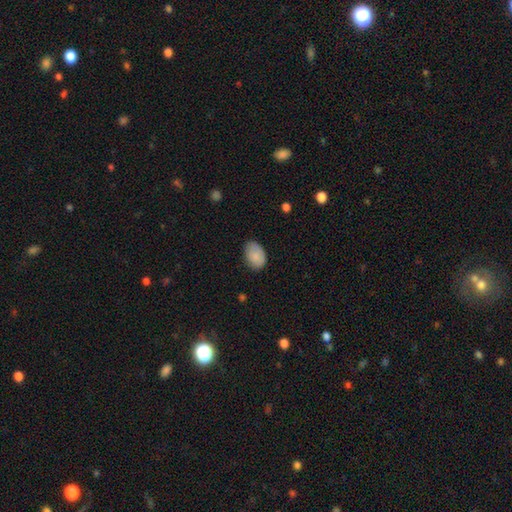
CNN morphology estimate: Smooth or featured?
  - smooth: 85% *
  - featured or disk: 8%
  - star or artifact: 7%
How rounded?
  - in between: 87% *
  - round: 12%
  - cigar-shaped: 1%
Merging?
  - none: 71% *
  - minor disturbance: 24%
  - major disturbance: 4%
  - merger: 1%